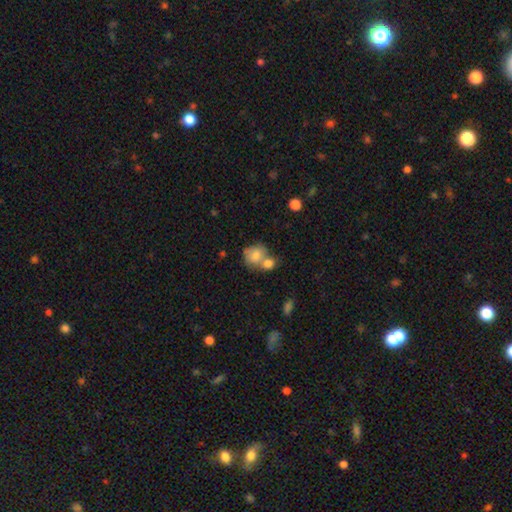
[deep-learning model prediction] Smooth or featured: smooth — 77% (featured or disk — 15%)
How rounded: round — 66% (in between — 33%)
Merging: merger — 52% (none — 33%)